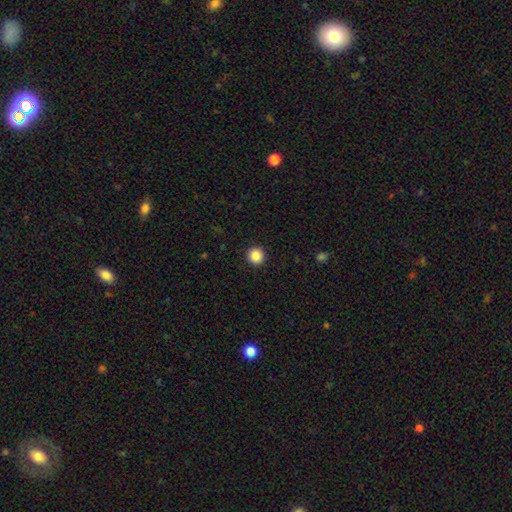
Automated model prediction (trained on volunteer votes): Q: Smooth or featured?
A: smooth (87%); runner-up: star or artifact (10%)
Q: How rounded?
A: round (96%); runner-up: in between (3%)
Q: Merging?
A: none (93%); runner-up: minor disturbance (4%)